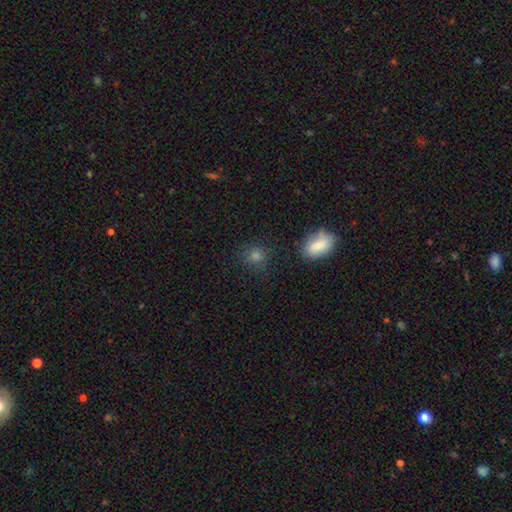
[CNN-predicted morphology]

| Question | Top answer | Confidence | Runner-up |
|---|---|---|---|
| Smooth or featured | smooth | 74% | star or artifact (18%) |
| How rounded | round | 81% | in between (18%) |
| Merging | none | 83% | minor disturbance (10%) |